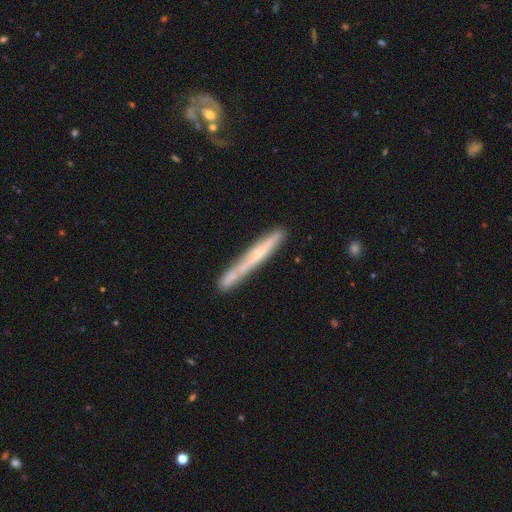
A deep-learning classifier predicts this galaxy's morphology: Overall: featured or disk (57%; smooth 35%). Edge-on disk: yes (90%). Edge-on bulge: none (63%; rounded 30%). Merging: none (67%).